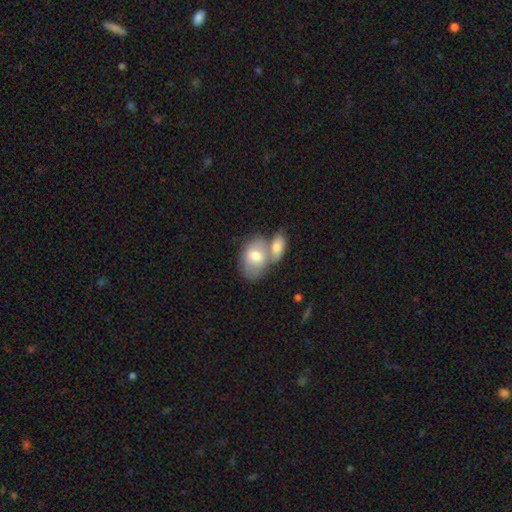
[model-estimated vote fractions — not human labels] smooth-or-featured: smooth: 71% | featured or disk: 24% | star or artifact: 6%
  how-rounded: in between: 83% | round: 16% | cigar-shaped: 2%
  merging: merger: 58% | none: 28% | minor disturbance: 10% | major disturbance: 4%